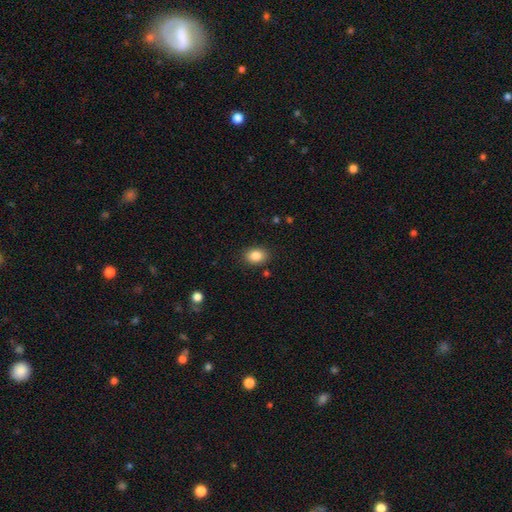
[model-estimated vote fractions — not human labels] Smooth or featured? smooth (86%)
How rounded? in between (71%)
Merging? none (87%)